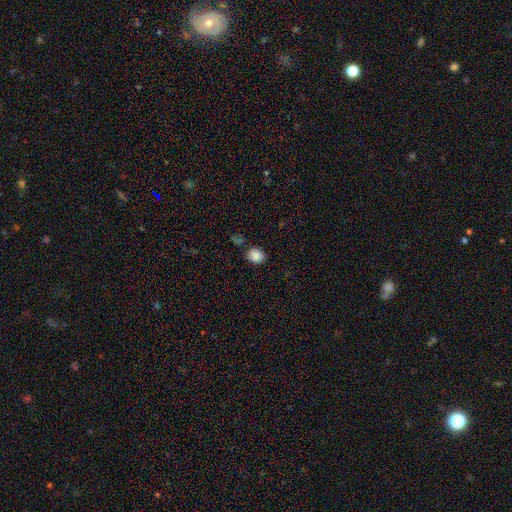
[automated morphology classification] This appears to be a smooth galaxy with no disk features (86%) that is round (53%). Merging: none (78%).